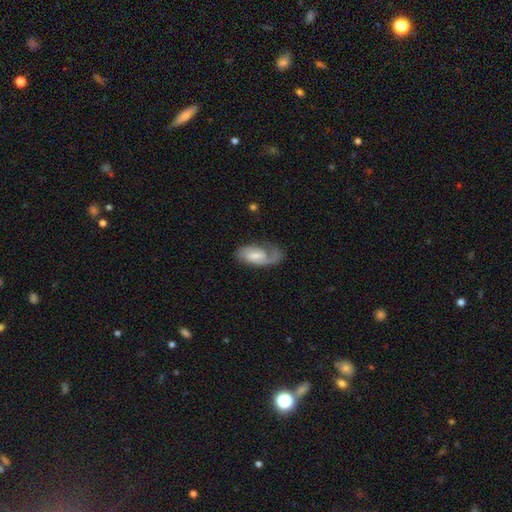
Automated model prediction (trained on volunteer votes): The model was most divided on "spiral arm count": 2: 47%, 1: 43%, can't tell: 8%, 3: 1%, 4: 1%, more than 4: 1%. Remaining: edge-on disk — no (95%); spiral arms — yes (92%); smooth or featured — featured or disk (70%); merging — none (55%); bar — weak (50%); bulge size — small (46%); spiral winding — medium (43%).